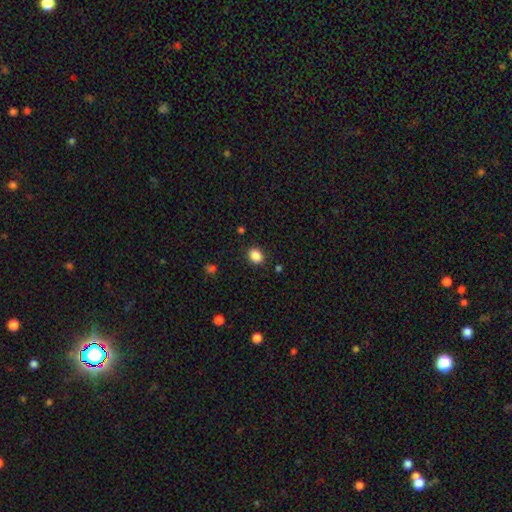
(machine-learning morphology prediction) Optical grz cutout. It shows a smooth galaxy with no disk features (87%) that is in between round and cigar-shaped (54%). Merging: none (87%).